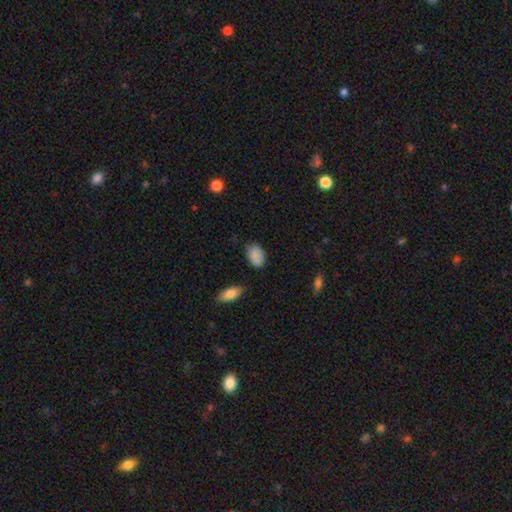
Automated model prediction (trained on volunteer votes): Morphology: type=smooth (88%); roundness=in between (88%); merging=none (76%).